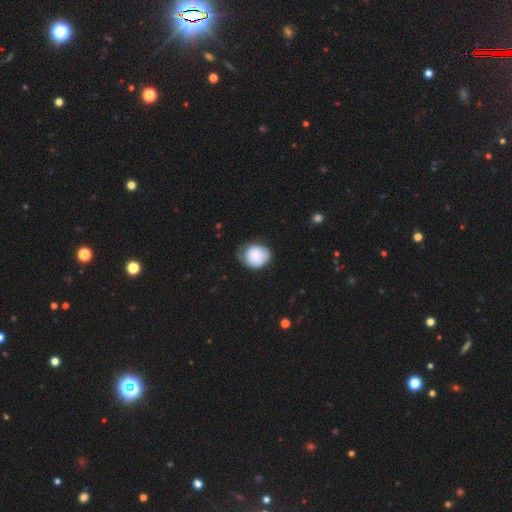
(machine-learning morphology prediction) The model was most divided on "merging": none: 44%, minor disturbance: 37%, major disturbance: 17%, merger: 2%. More confident: smooth or featured — smooth (68%); how rounded — round (66%).